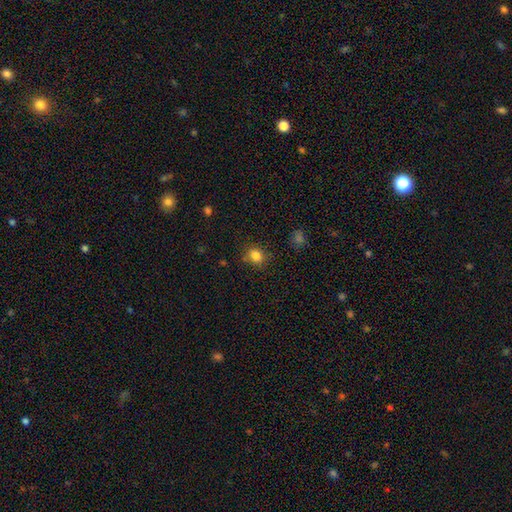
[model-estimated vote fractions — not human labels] Smooth or featured? smooth (83%)
How rounded? round (66%)
Merging? none (81%)